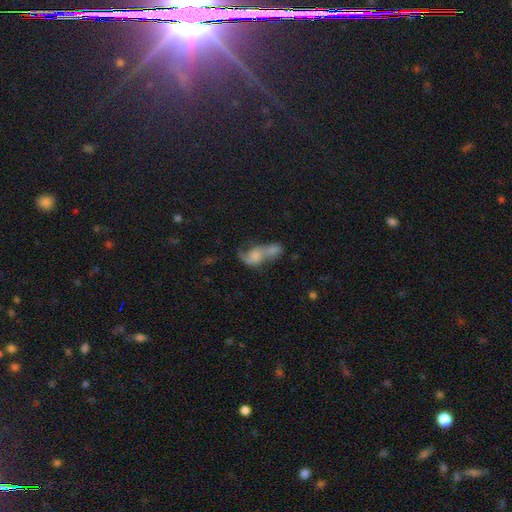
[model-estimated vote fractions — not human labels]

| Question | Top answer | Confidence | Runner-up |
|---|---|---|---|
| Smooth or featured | featured or disk | 48% | smooth (41%) |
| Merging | merger | 61% | none (15%) |